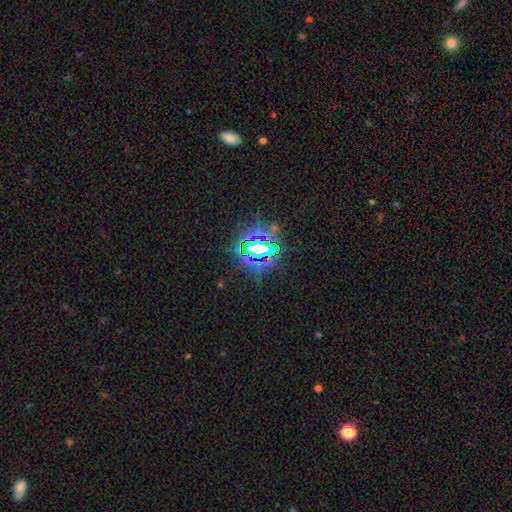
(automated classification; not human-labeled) This is clearly a star or artifact rather than a galaxy (80%).